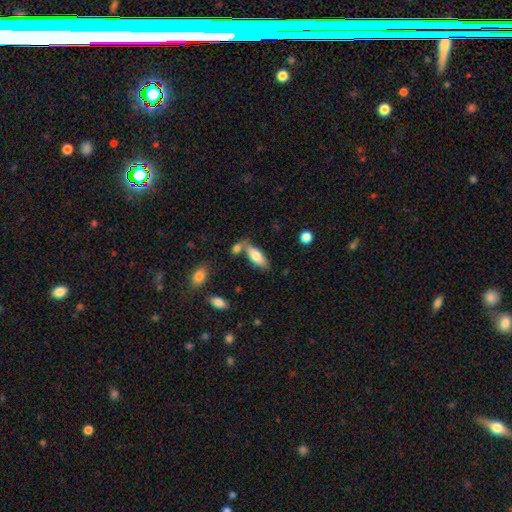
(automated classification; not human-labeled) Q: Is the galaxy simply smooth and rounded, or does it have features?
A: smooth — 75%.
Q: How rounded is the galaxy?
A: in between — 67%.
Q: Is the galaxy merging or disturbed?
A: none — 61%.